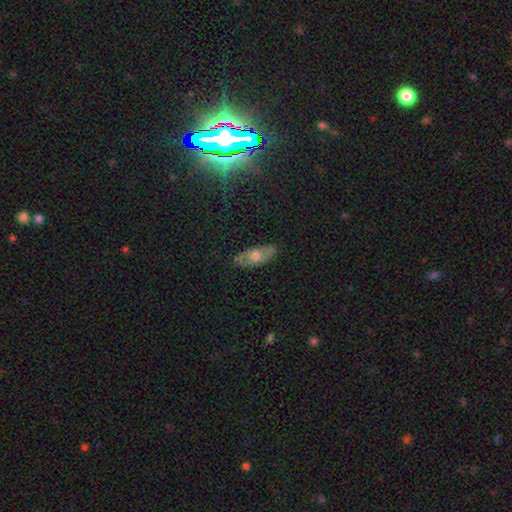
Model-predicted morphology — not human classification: A smooth galaxy with no disk features (46%). Merging: none (82%).